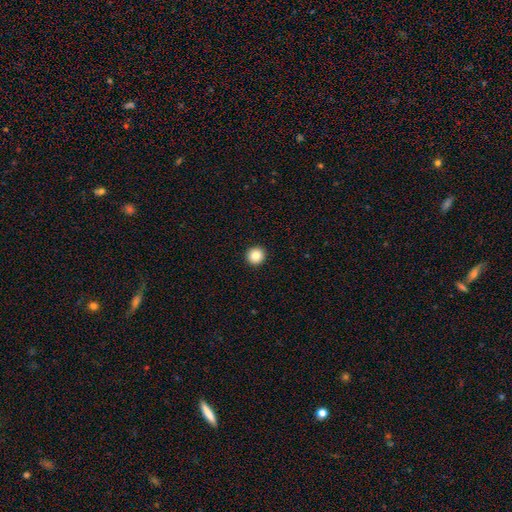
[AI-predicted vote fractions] smooth-or-featured: smooth: 85% | star or artifact: 10% | featured or disk: 5%
  how-rounded: round: 96% | in between: 3% | cigar-shaped: 1%
  merging: none: 94% | minor disturbance: 3% | major disturbance: 1% | merger: 1%